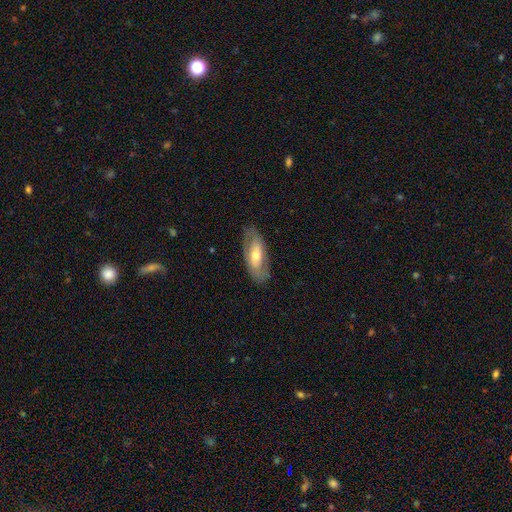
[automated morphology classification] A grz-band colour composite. It shows a featured or disk galaxy (54%). Merging: none (77%).